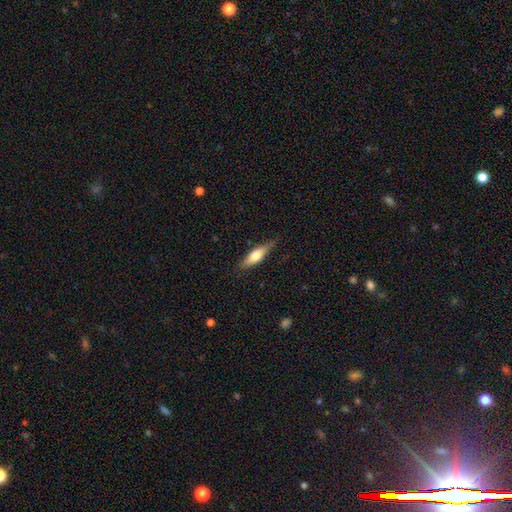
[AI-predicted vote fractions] smooth 55%, featured or disk 39%, star or artifact 6%. Down the decision tree: how rounded — cigar-shaped (58%); merging — none (79%).